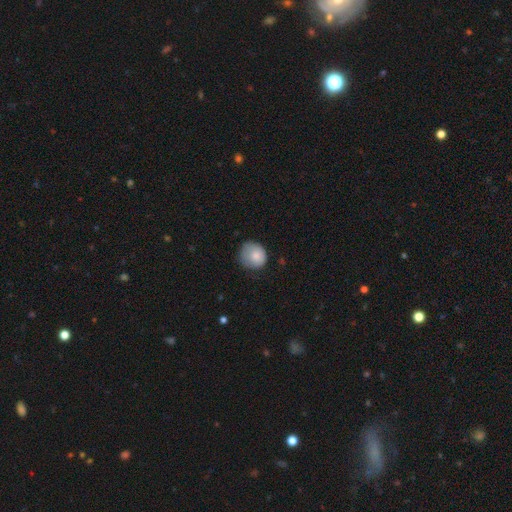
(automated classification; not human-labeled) Q: Smooth or featured?
A: smooth (80%); runner-up: featured or disk (12%)
Q: How rounded?
A: round (82%); runner-up: in between (17%)
Q: Merging?
A: none (61%); runner-up: minor disturbance (29%)